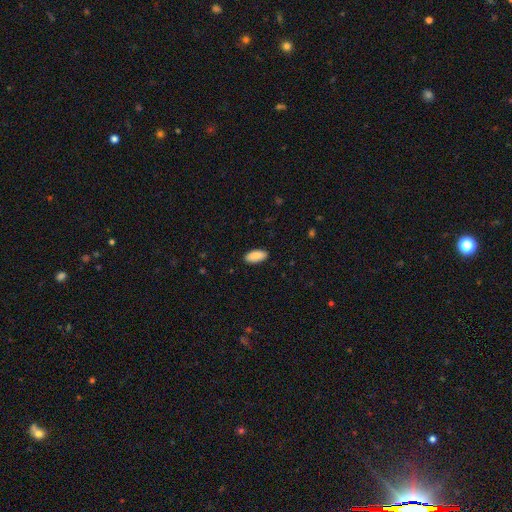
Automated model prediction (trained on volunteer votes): A smooth galaxy with no disk features (89%) that is in between round and cigar-shaped (92%).

Vote fractions:
- Smooth or featured? smooth: 89% / star or artifact: 6% / featured or disk: 5%
- How rounded? in between: 92% / cigar-shaped: 6% / round: 2%
- Merging? none: 89% / minor disturbance: 8% / major disturbance: 2% / merger: 1%